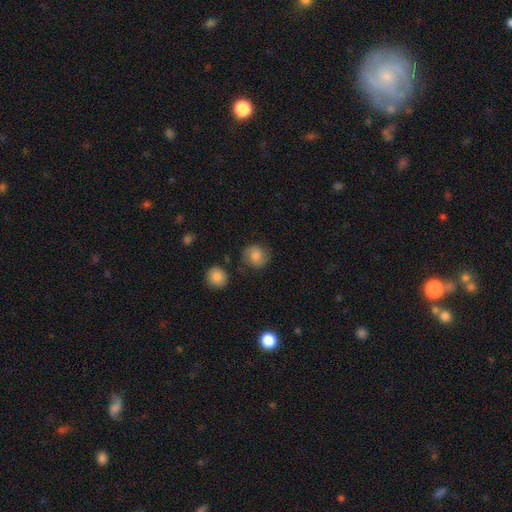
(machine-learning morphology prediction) smooth_or_featured: smooth (p=0.62) [alt: featured or disk p=0.29]
how_rounded: round (p=0.86) [alt: in between p=0.13]
merging: none (p=0.77) [alt: minor disturbance p=0.15]